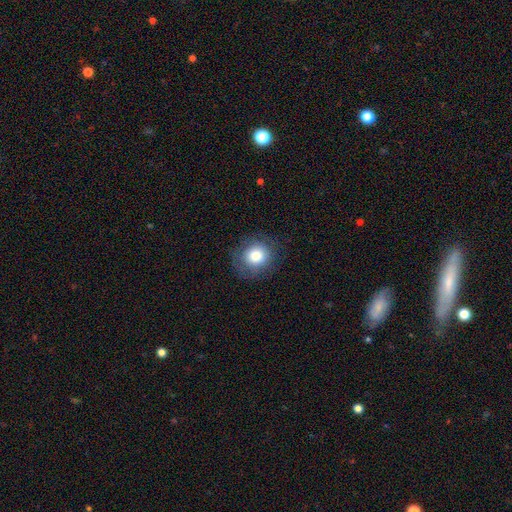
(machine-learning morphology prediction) This appears to be a smooth galaxy with no disk features (78%) that is round (88%). Merging: none (84%).